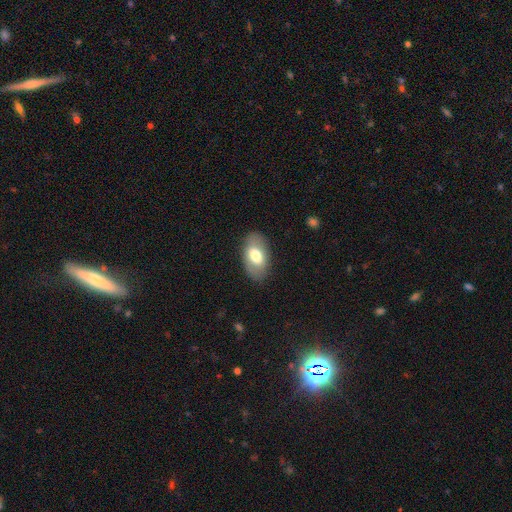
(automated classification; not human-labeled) The model was most divided on "smooth or featured": smooth: 66%, featured or disk: 28%, star or artifact: 7%. More confident: how rounded — in between (92%); merging — none (83%).